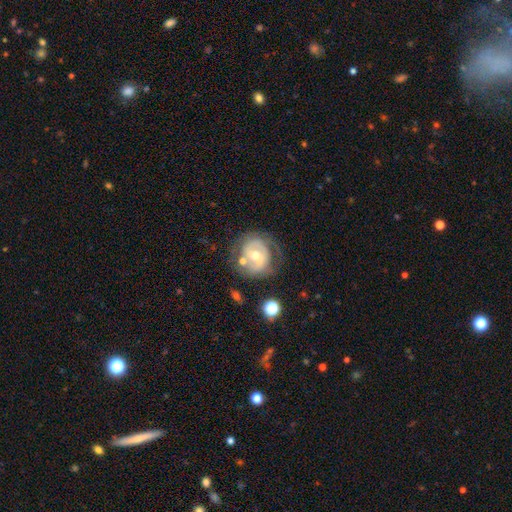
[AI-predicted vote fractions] Morphology: type=featured or disk (68%); edge-on=no (97%); bar=no (44%); spiral arms=yes (69%); bulge=moderate (64%); merging=none (55%).